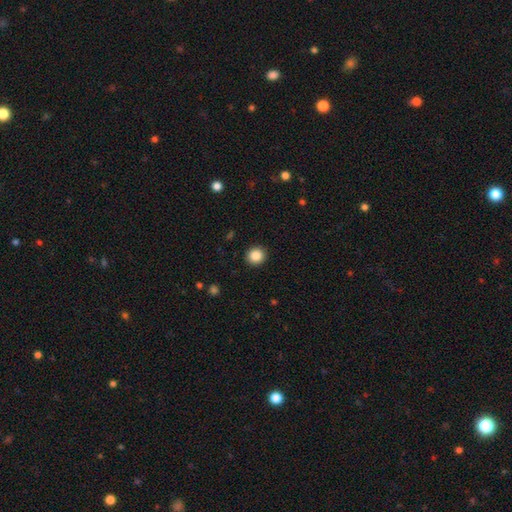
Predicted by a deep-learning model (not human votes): A smooth galaxy with no disk features (86%) that is round (92%).

Vote fractions:
- Smooth or featured? smooth: 86% / star or artifact: 10% / featured or disk: 4%
- How rounded? round: 92% / in between: 7% / cigar-shaped: 1%
- Merging? none: 92% / minor disturbance: 5% / major disturbance: 2% / merger: 1%